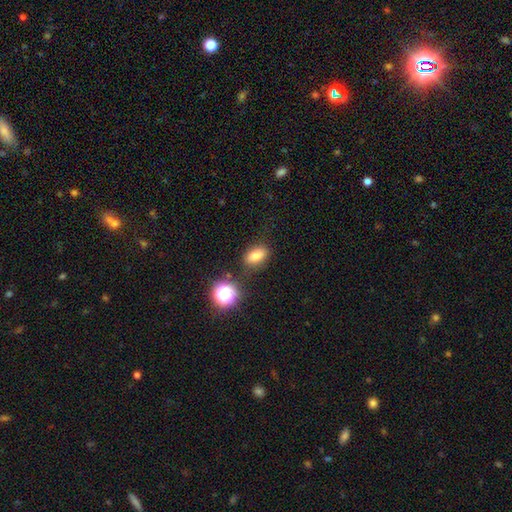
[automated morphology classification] A smooth galaxy with no disk features (76%) that is in between round and cigar-shaped (77%). Merging: none (81%).